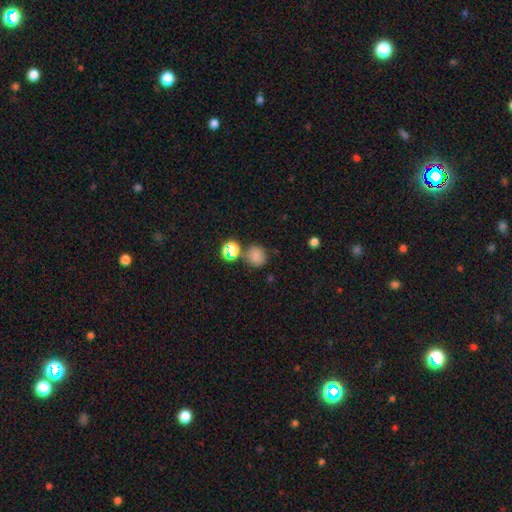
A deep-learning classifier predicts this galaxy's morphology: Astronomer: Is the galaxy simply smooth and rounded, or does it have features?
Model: smooth — 77%.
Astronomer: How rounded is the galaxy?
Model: round — 85%.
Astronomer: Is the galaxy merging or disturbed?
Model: none — 69%.